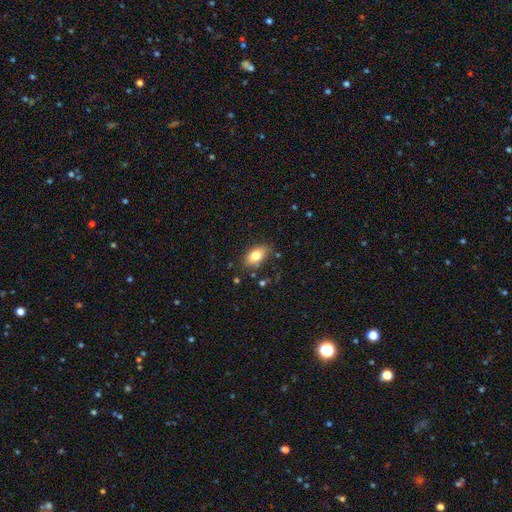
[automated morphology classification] This is clearly a smooth galaxy (80%). How rounded: clearly in between (89%). Merging: likely none (78%).